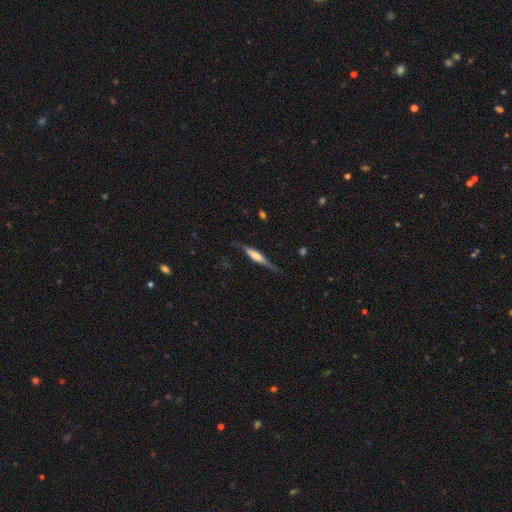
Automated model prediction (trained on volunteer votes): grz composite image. It shows a featured or disk galaxy (60%) viewed edge-on (94%) with a rounded central bulge (51%). Merging: none (73%).